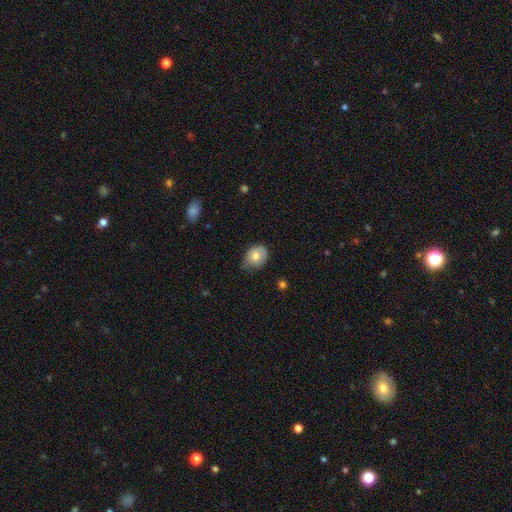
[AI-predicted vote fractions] Smooth or featured: smooth — 75% (featured or disk — 16%)
How rounded: in between — 57% (round — 42%)
Merging: none — 57% (minor disturbance — 35%)